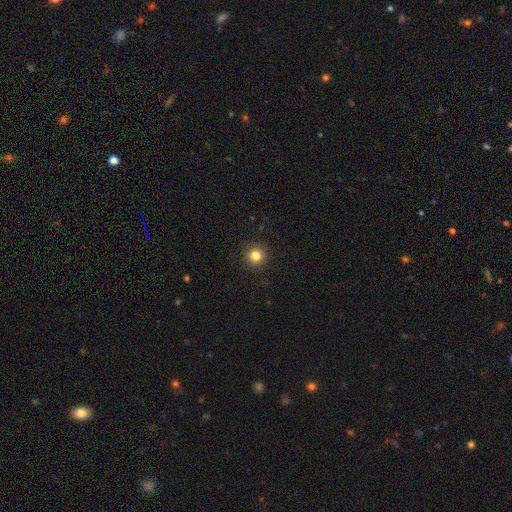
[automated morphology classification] A smooth galaxy with no disk features (82%) that is round (96%). Merging: none (93%).